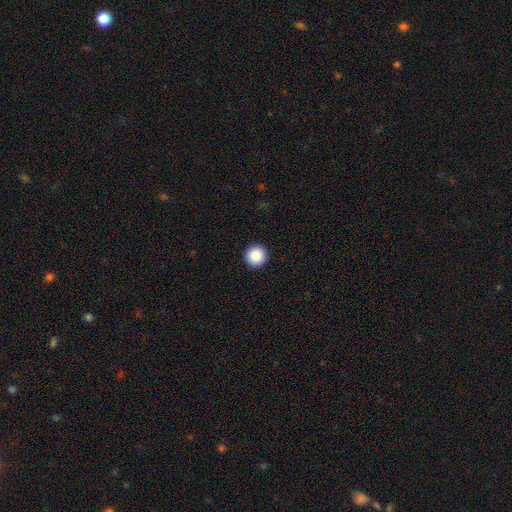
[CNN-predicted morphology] Overall: smooth (86%). How rounded: round (97%). Merging: none (94%).